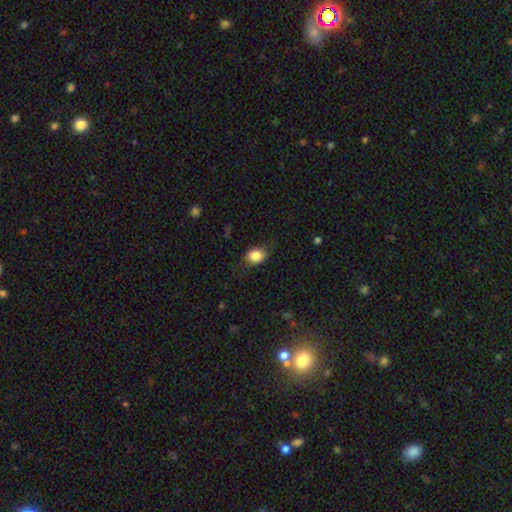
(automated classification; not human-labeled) smooth_or_featured: smooth (p=0.85) [alt: star or artifact p=0.09]
how_rounded: in between (p=0.50) [alt: round p=0.49]
merging: none (p=0.78) [alt: minor disturbance p=0.16]